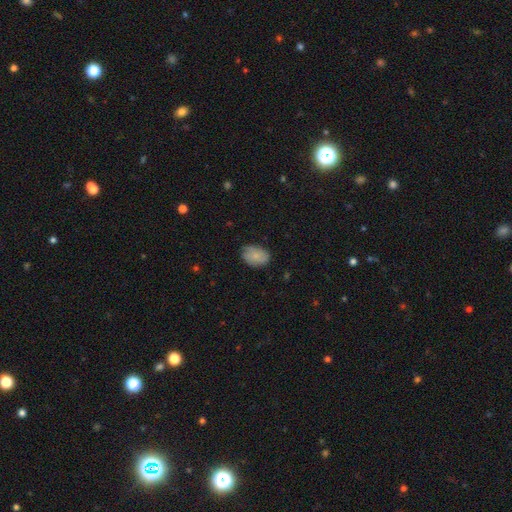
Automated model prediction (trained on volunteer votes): This is likely a smooth galaxy (79%). How rounded: clearly in between (81%). Merging: likely none (73%).